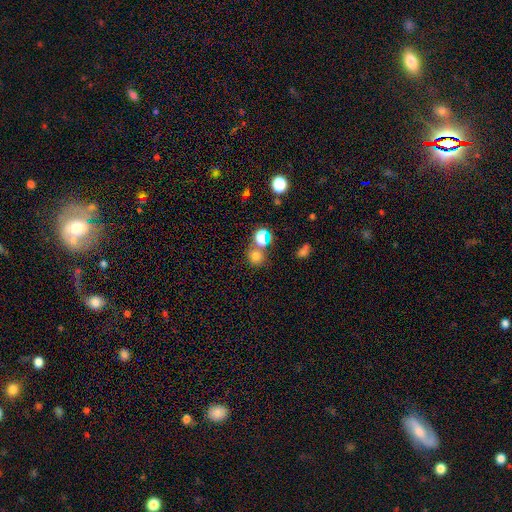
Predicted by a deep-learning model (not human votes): Morphology: type=smooth (70%); roundness=round (84%); merging=none (63%).